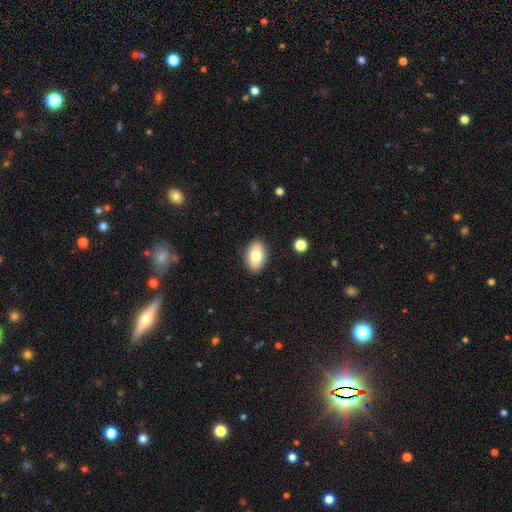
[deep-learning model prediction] This appears to be a smooth galaxy with no disk features (78%) that is in between round and cigar-shaped (88%). Merging: none (88%).